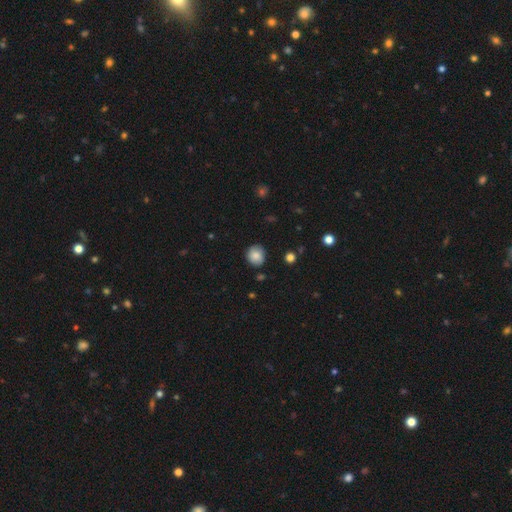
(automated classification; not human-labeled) The model was most divided on "how rounded": round: 83%, in between: 16%, cigar-shaped: 1%. More confident: smooth or featured — smooth (83%); merging — none (82%).